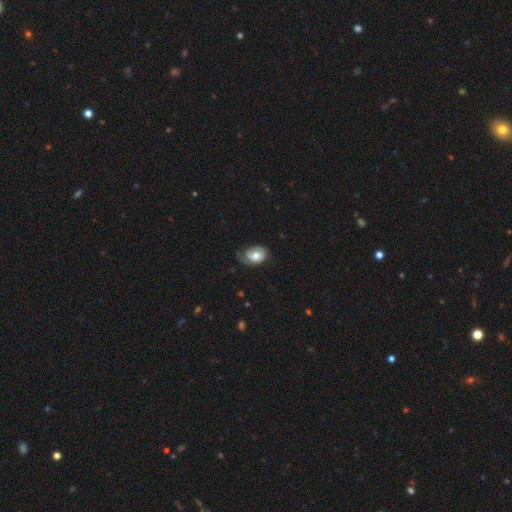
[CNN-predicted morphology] This appears to be a featured or disk galaxy (47%). Merging: none (47%).